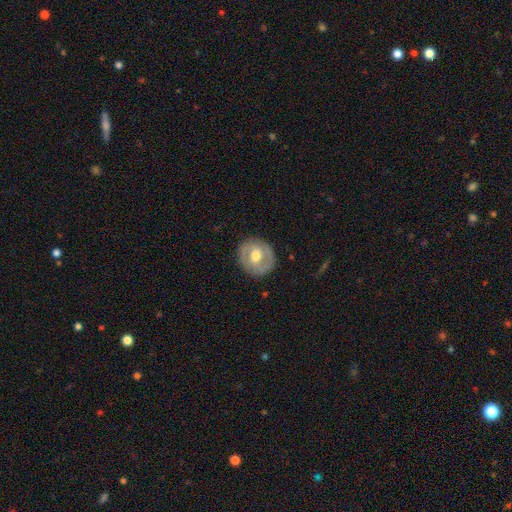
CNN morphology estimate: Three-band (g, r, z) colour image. It shows a featured or disk galaxy (60%) with a weak bar (44%), spiral arms (50%, tied with no) and a moderate central bulge (76%). Merging: none (86%).